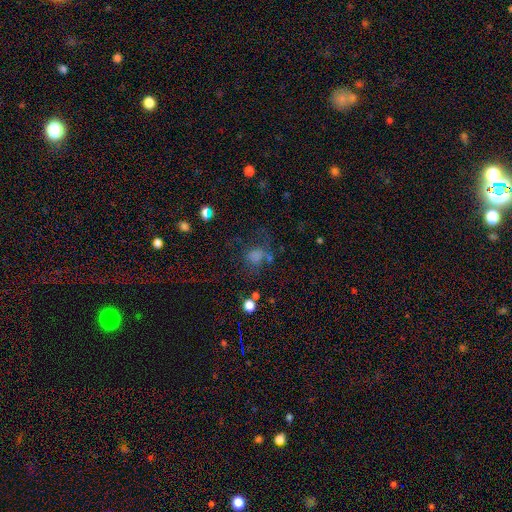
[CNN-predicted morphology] Smooth or featured?
  - smooth: 52% *
  - star or artifact: 30%
  - featured or disk: 18%
How rounded?
  - round: 68% *
  - in between: 30%
  - cigar-shaped: 2%
Merging?
  - none: 51% *
  - major disturbance: 23%
  - minor disturbance: 19%
  - merger: 6%